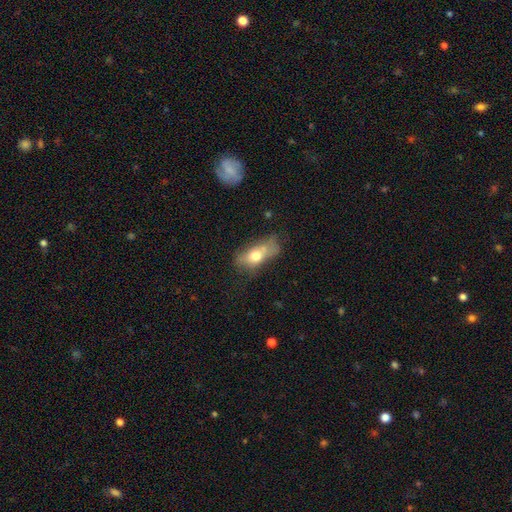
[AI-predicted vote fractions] Smooth or featured? Predicted: smooth (p=0.65). How rounded? Predicted: in between (p=0.80). Merging? Predicted: none (p=0.34).